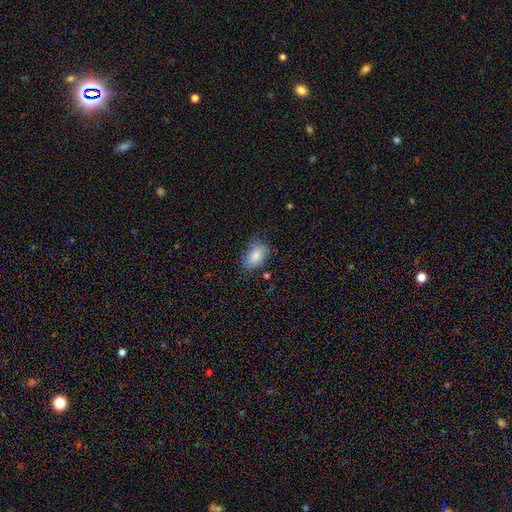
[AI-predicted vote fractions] Smooth or featured? smooth (82%)
How rounded? in between (90%)
Merging? none (62%)